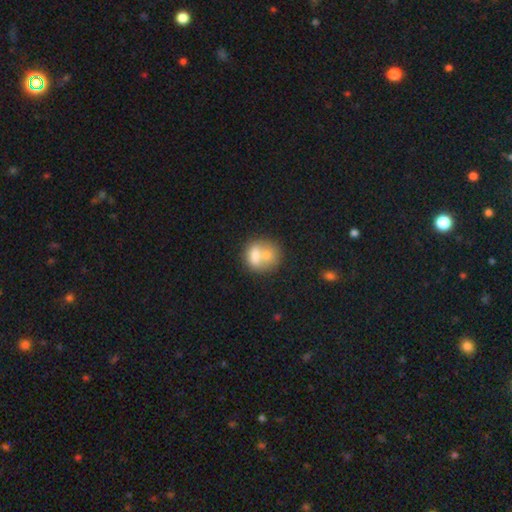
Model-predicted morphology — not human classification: smooth 68%, featured or disk 23%, star or artifact 8%. Down the decision tree: how rounded — round (62%); merging — merger (60%).